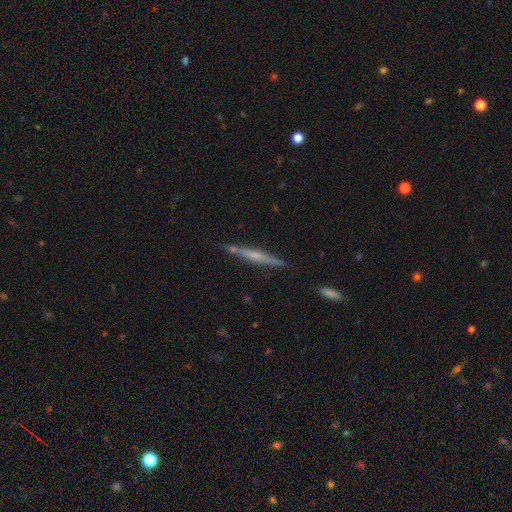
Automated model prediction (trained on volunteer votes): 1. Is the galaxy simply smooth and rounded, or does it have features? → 70% featured or disk, 24% smooth, 6% star or artifact.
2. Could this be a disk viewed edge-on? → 98% yes, 2% no.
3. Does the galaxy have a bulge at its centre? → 63% rounded, 24% none, 13% boxy.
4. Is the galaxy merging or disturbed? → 84% none, 11% minor disturbance, 3% merger, 2% major disturbance.